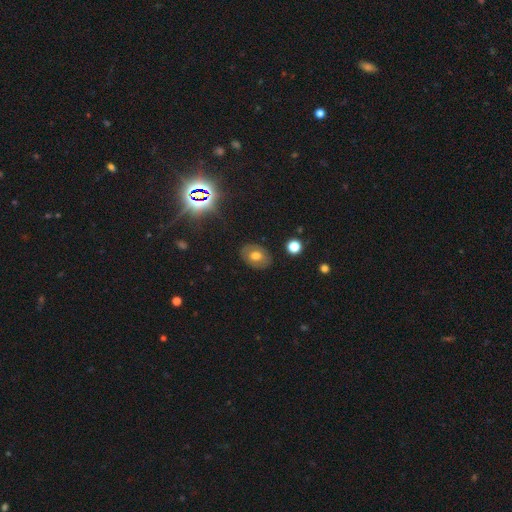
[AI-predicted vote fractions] Overall: smooth (61%; featured or disk 26%). How rounded: in between (72%). Merging: none (85%).